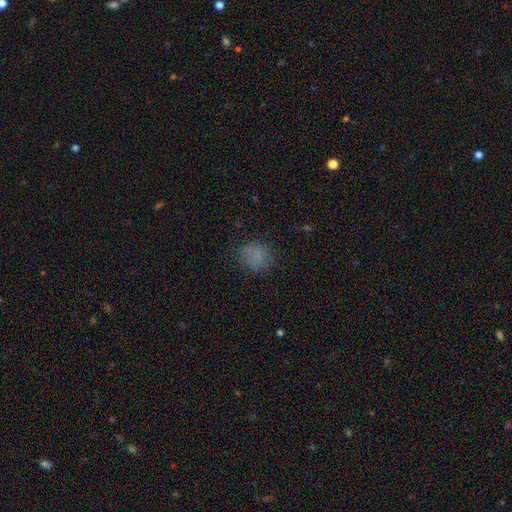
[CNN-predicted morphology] Overall: smooth (74%). How rounded: round (74%). Merging: none (74%).